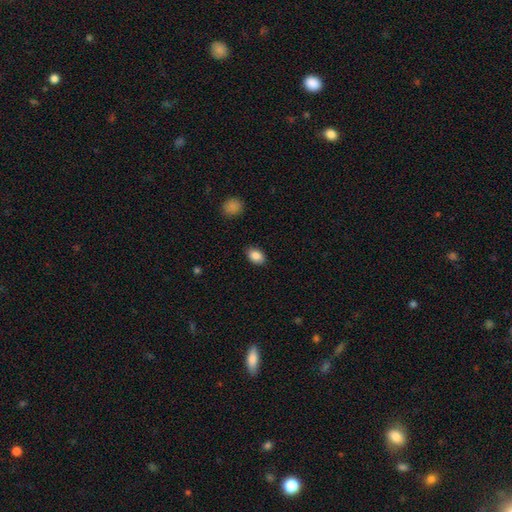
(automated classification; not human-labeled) Smooth or featured: smooth — 86% (star or artifact — 8%)
How rounded: in between — 82% (round — 17%)
Merging: none — 88% (minor disturbance — 9%)